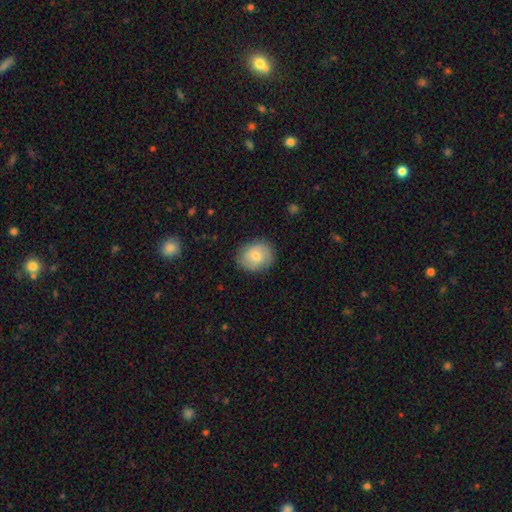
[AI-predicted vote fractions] Q: Smooth or featured?
A: smooth (65%); runner-up: featured or disk (29%)
Q: How rounded?
A: round (60%); runner-up: in between (40%)
Q: Merging?
A: none (83%); runner-up: minor disturbance (13%)